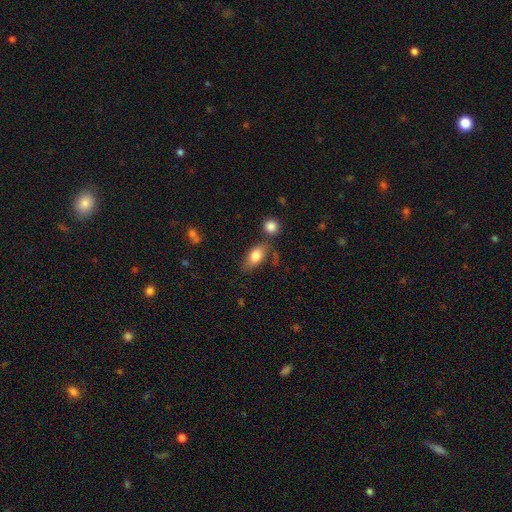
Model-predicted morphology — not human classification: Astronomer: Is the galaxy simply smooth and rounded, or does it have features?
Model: smooth — 77%.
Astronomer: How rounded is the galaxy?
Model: in between — 88%.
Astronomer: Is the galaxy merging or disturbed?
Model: none — 59%.